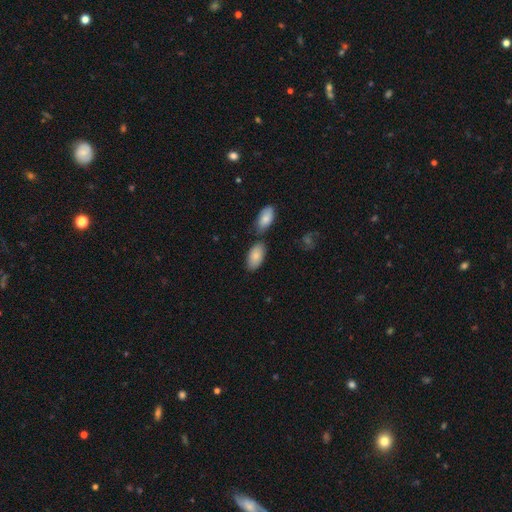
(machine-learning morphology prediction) smooth-or-featured: smooth: 84% | featured or disk: 10% | star or artifact: 6%
  how-rounded: in between: 94% | cigar-shaped: 3% | round: 3%
  merging: none: 62% | merger: 21% | minor disturbance: 14% | major disturbance: 4%